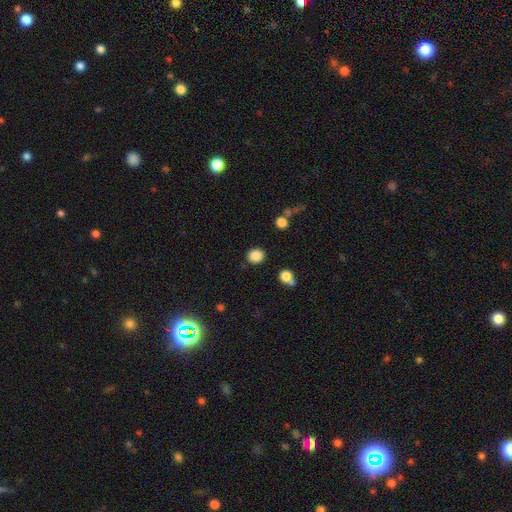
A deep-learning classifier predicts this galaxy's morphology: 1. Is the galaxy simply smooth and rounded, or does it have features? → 85% smooth, 11% star or artifact, 4% featured or disk.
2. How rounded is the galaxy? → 72% round, 27% in between, 1% cigar-shaped.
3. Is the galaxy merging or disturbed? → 86% none, 9% minor disturbance, 3% merger, 3% major disturbance.